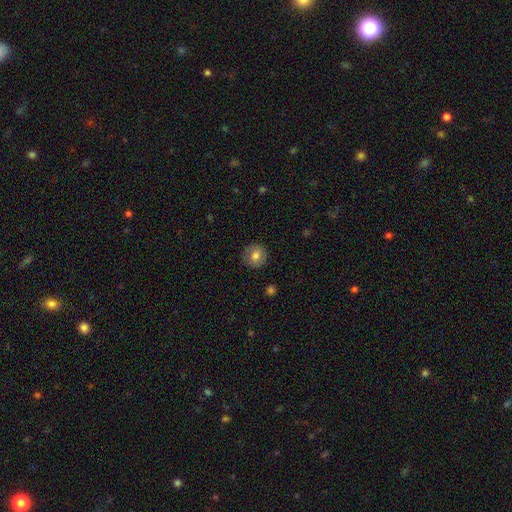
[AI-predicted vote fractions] smooth_or_featured: smooth (p=0.78) [alt: featured or disk p=0.13]
how_rounded: round (p=0.91) [alt: in between p=0.08]
merging: none (p=0.89) [alt: minor disturbance p=0.08]